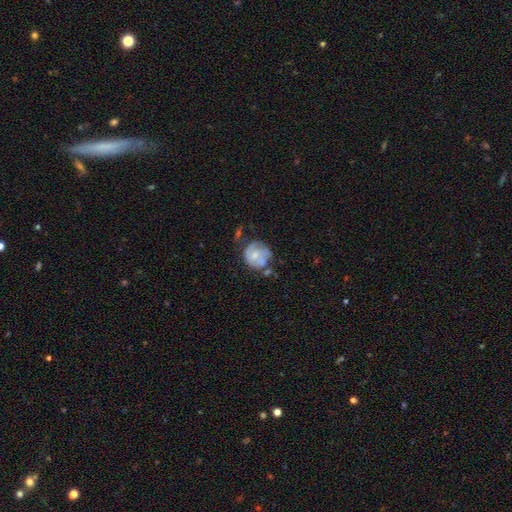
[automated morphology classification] type=featured or disk (52%); edge-on=no (98%); bar=no (62%); spiral arms=yes (60%); bulge=small (46%); merging=none (43%).